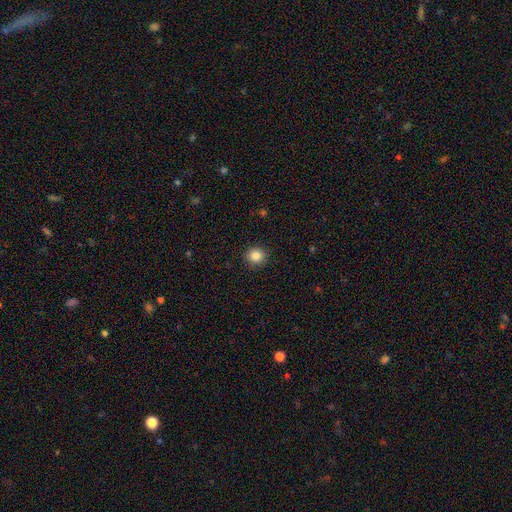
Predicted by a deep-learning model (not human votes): The model was most divided on "smooth or featured": smooth: 86%, star or artifact: 10%, featured or disk: 4%. More confident: merging — none (91%); how rounded — round (89%).